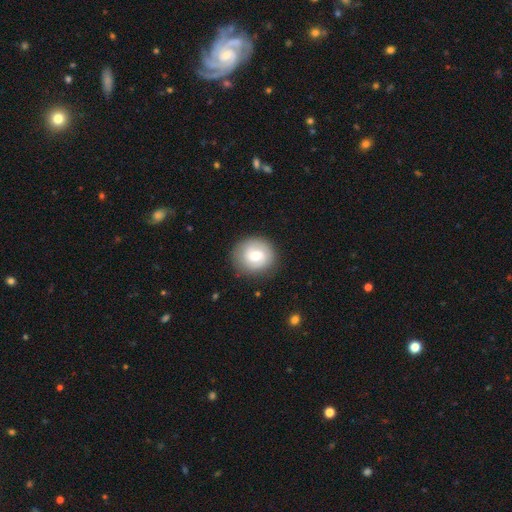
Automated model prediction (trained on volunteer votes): The model was most divided on "smooth or featured": smooth: 50%, featured or disk: 43%, star or artifact: 7%. More confident: merging — none (85%).